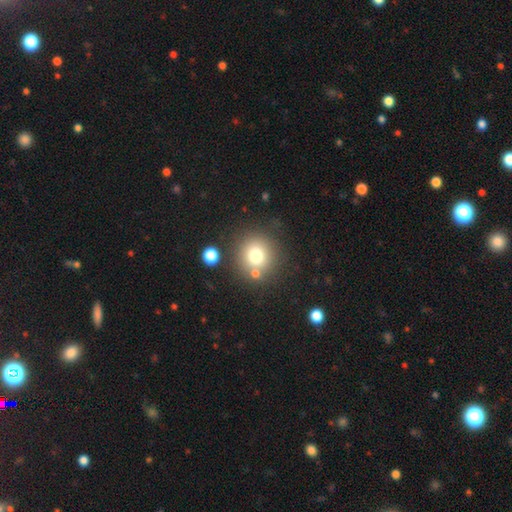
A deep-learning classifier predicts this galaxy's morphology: Smooth or featured? smooth (74%)
How rounded? round (91%)
Merging? none (75%)